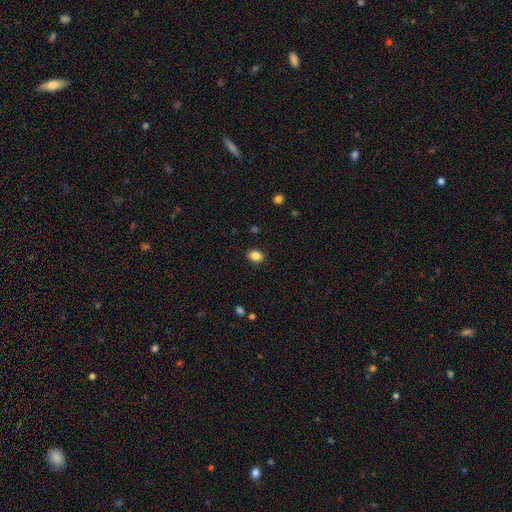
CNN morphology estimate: This appears to be a smooth galaxy with no disk features (86%) that is in between round and cigar-shaped (57%). Merging: none (90%).